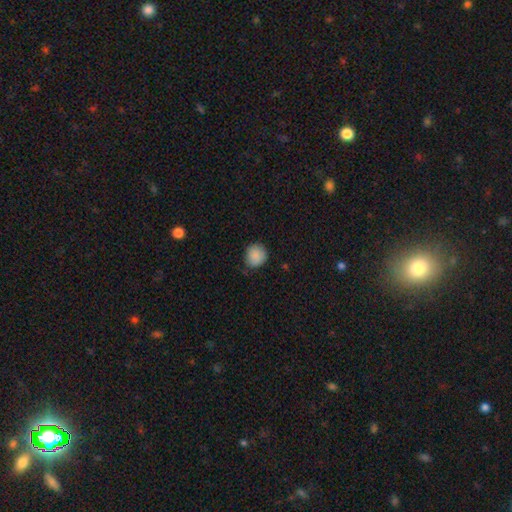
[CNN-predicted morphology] smooth_or_featured: smooth (p=0.88) [alt: star or artifact p=0.08]
how_rounded: round (p=0.86) [alt: in between p=0.13]
merging: none (p=0.75) [alt: minor disturbance p=0.20]